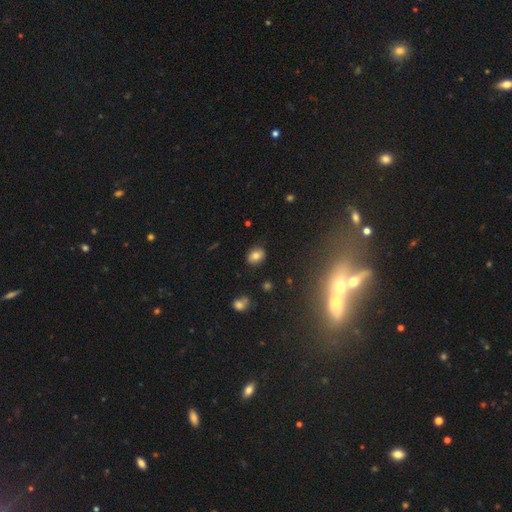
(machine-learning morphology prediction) smooth 77%, star or artifact 12%, featured or disk 11%. Down the decision tree: how rounded — in between (62%); merging — none (84%).